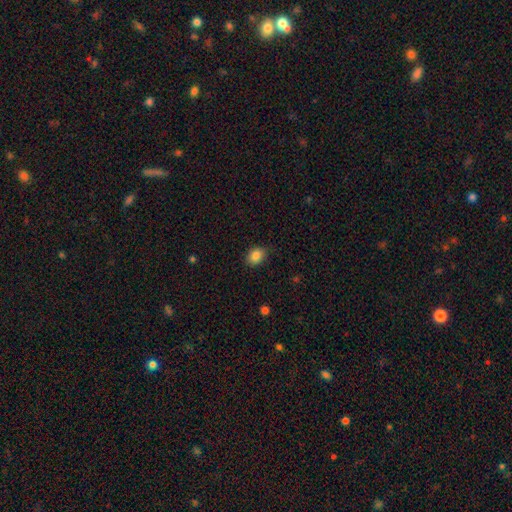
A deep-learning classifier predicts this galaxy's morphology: Q: Smooth or featured?
A: smooth (87%); runner-up: star or artifact (9%)
Q: How rounded?
A: in between (61%); runner-up: round (38%)
Q: Merging?
A: none (83%); runner-up: minor disturbance (13%)